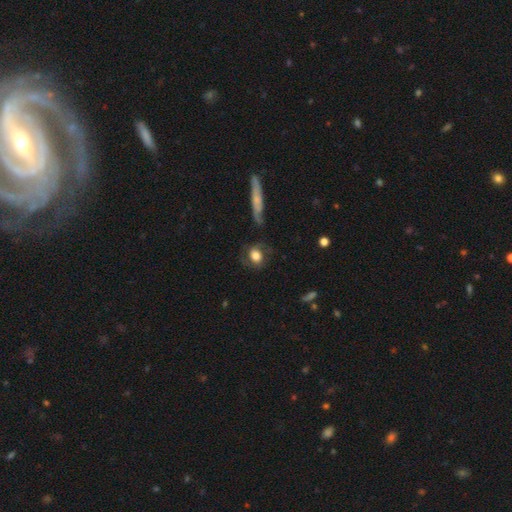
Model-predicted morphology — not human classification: type=smooth (53%); roundness=round (59%); merging=none (65%).